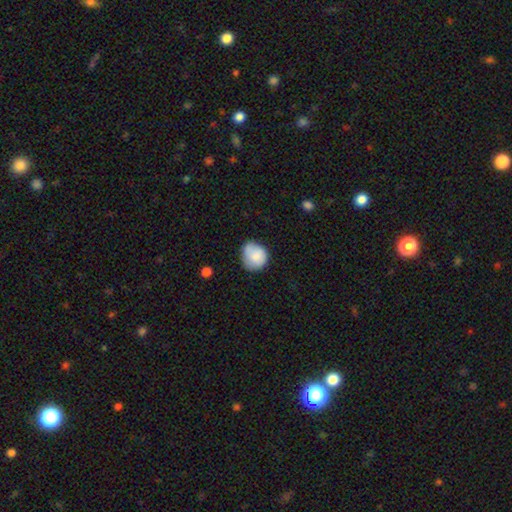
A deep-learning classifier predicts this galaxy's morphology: A smooth galaxy with no disk features (79%) that is round (75%). Merging: none (52%).